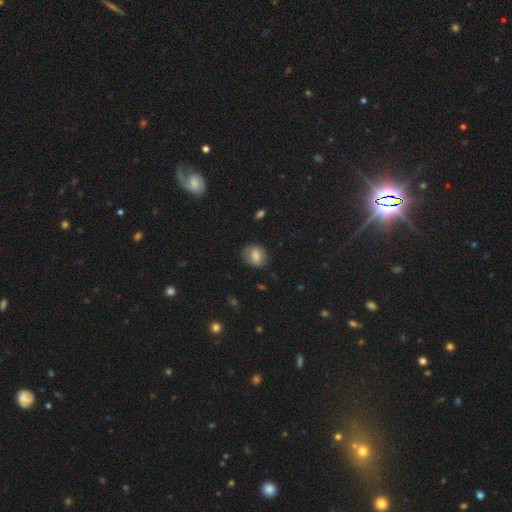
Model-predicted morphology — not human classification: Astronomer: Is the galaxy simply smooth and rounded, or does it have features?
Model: smooth — 73%.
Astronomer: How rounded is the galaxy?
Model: round — 59% (runner-up: in between, 40%).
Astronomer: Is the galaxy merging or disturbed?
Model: none — 77%.